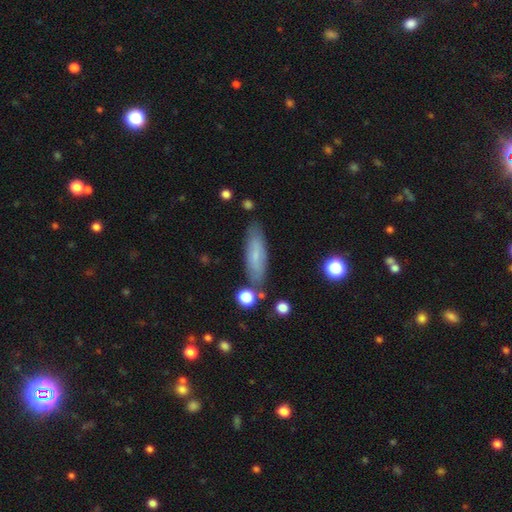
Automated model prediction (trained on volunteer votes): smooth-or-featured: smooth: 65% | featured or disk: 27% | star or artifact: 8%
  how-rounded: cigar-shaped: 58% | in between: 39% | round: 2%
  merging: none: 79% | minor disturbance: 14% | merger: 4% | major disturbance: 3%